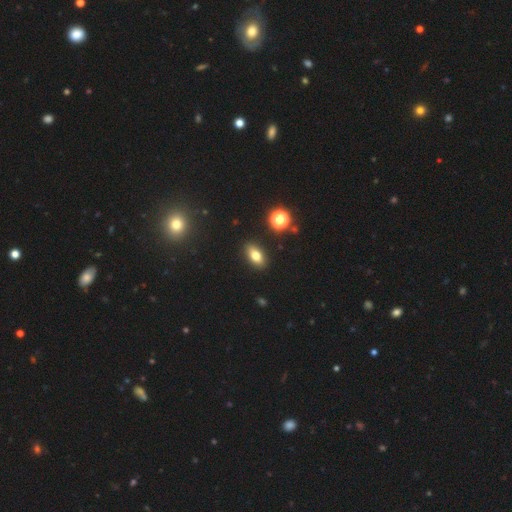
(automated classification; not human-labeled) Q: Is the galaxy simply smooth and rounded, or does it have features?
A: smooth — 74%.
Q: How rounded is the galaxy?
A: in between — 82%.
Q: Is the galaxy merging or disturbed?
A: none — 89%.